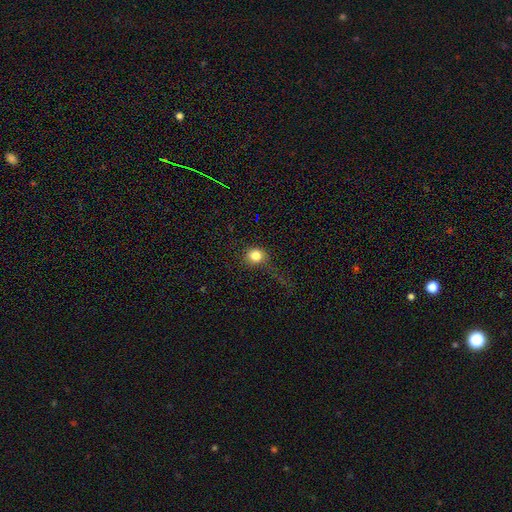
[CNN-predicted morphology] This is clearly a smooth galaxy (80%). How rounded: clearly round (85%). Merging: likely none (64%).